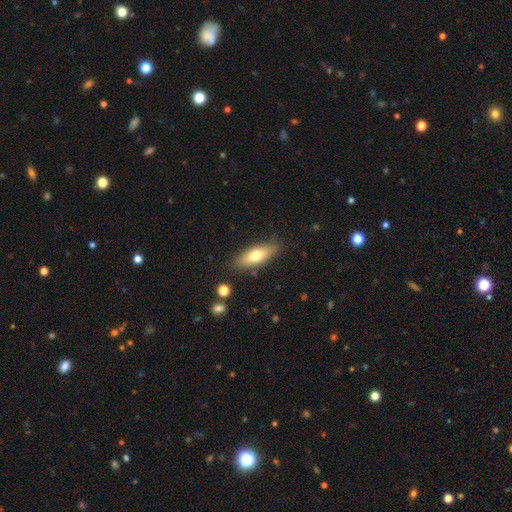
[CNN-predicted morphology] smooth_or_featured: smooth (p=0.65) [alt: featured or disk p=0.28]
how_rounded: in between (p=0.63) [alt: cigar-shaped p=0.35]
merging: none (p=0.83) [alt: minor disturbance p=0.12]